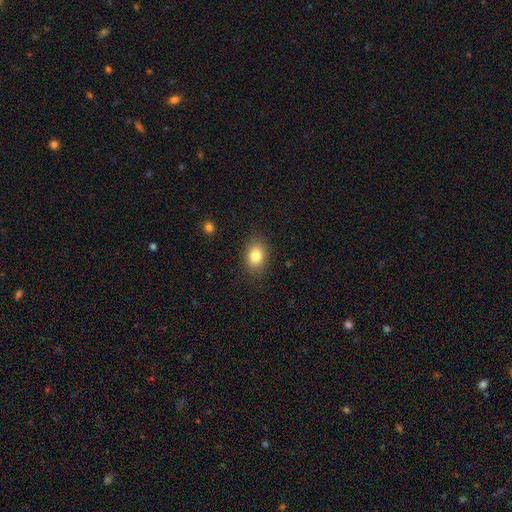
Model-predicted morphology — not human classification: A smooth galaxy with no disk features (83%) that is in between round and cigar-shaped (73%).

Vote fractions:
- Smooth or featured? smooth: 83% / star or artifact: 9% / featured or disk: 8%
- How rounded? in between: 73% / round: 26% / cigar-shaped: 1%
- Merging? none: 86% / minor disturbance: 10% / major disturbance: 3% / merger: 1%